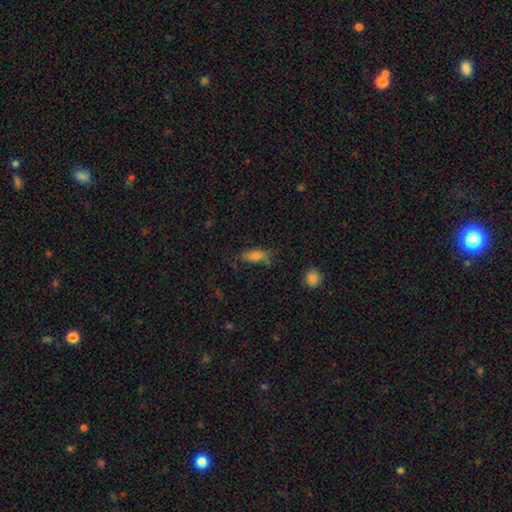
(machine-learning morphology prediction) type=smooth (75%); roundness=in between (67%); merging=none (70%).